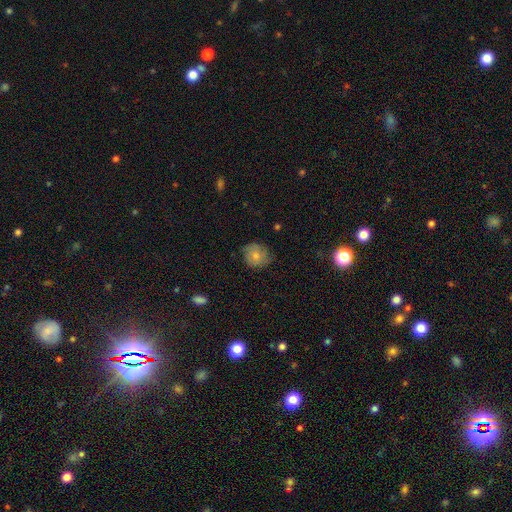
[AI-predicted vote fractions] A smooth galaxy with no disk features (60%) that is round (82%).

Vote fractions:
- Smooth or featured? smooth: 60% / featured or disk: 31% / star or artifact: 9%
- How rounded? round: 82% / in between: 17% / cigar-shaped: 1%
- Merging? none: 70% / minor disturbance: 23% / major disturbance: 6% / merger: 1%